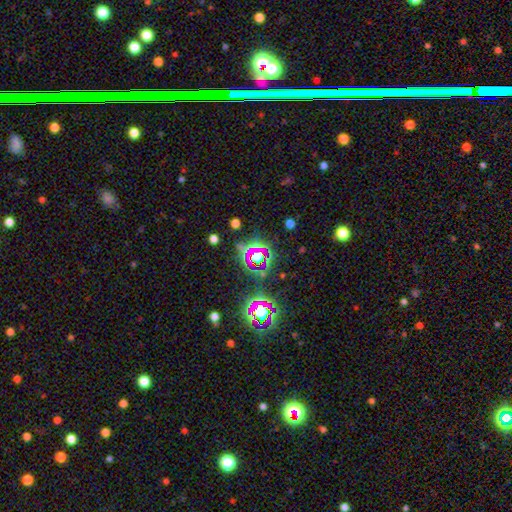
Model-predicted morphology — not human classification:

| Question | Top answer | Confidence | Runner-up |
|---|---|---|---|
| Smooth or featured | star or artifact | 71% | smooth (18%) |